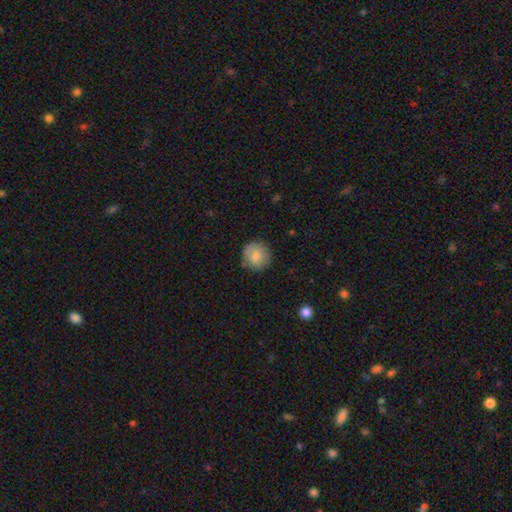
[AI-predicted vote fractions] The model was most divided on "merging": none: 81%, minor disturbance: 14%, major disturbance: 3%, merger: 2%. More confident: how rounded — round (92%); smooth or featured — smooth (80%).